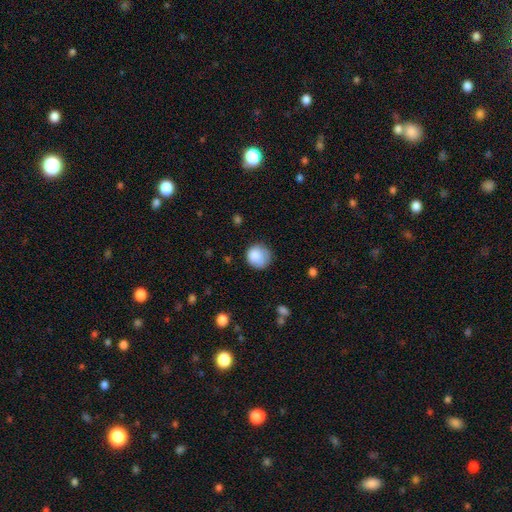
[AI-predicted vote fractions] Q: Smooth or featured?
A: smooth (85%); runner-up: star or artifact (8%)
Q: How rounded?
A: round (86%); runner-up: in between (13%)
Q: Merging?
A: none (66%); runner-up: minor disturbance (25%)